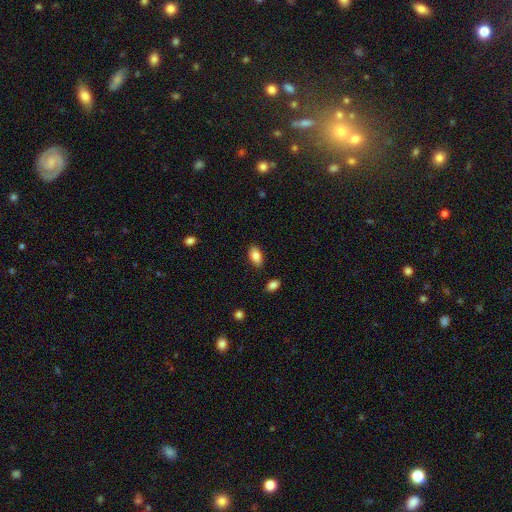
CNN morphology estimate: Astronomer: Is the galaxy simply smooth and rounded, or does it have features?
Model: smooth — 85%.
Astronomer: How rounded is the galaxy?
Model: in between — 92%.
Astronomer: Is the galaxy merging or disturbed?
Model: none — 87%.